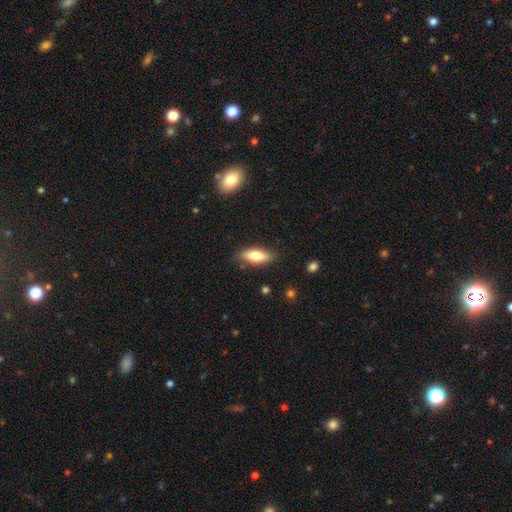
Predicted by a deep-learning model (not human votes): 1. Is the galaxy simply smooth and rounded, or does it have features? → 72% smooth, 21% featured or disk, 6% star or artifact.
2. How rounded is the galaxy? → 65% in between, 33% cigar-shaped, 2% round.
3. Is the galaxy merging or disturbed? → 84% none, 12% minor disturbance, 3% major disturbance, 2% merger.